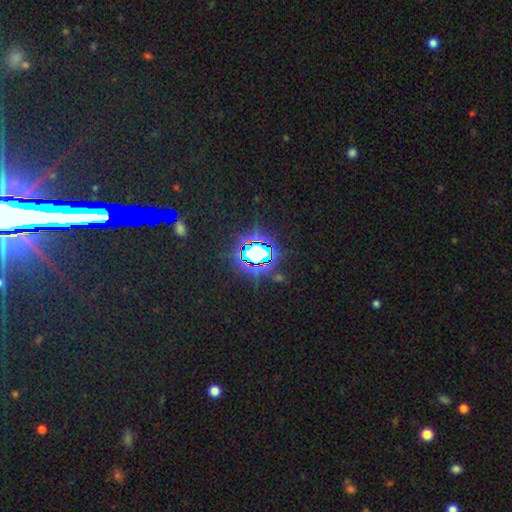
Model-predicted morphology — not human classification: This is likely a star or artifact rather than a galaxy (74%).